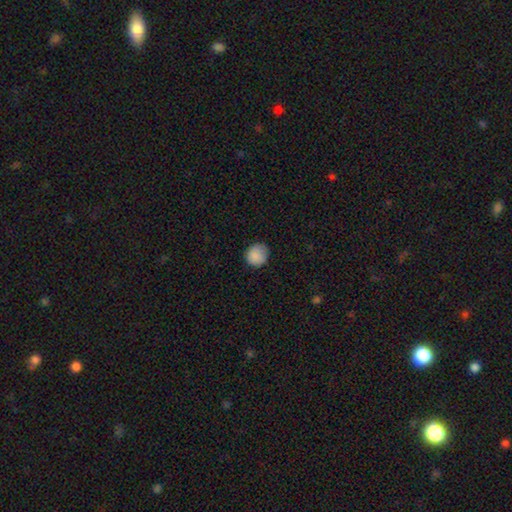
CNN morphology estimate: A smooth galaxy with no disk features (87%) that is round (87%). Merging: none (78%).